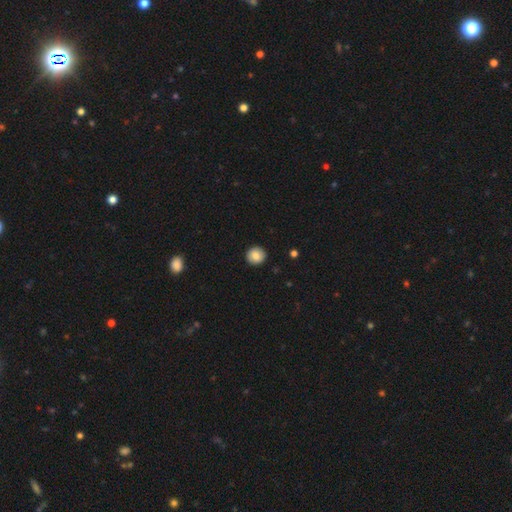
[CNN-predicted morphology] type=smooth (85%); roundness=round (92%); merging=none (91%).